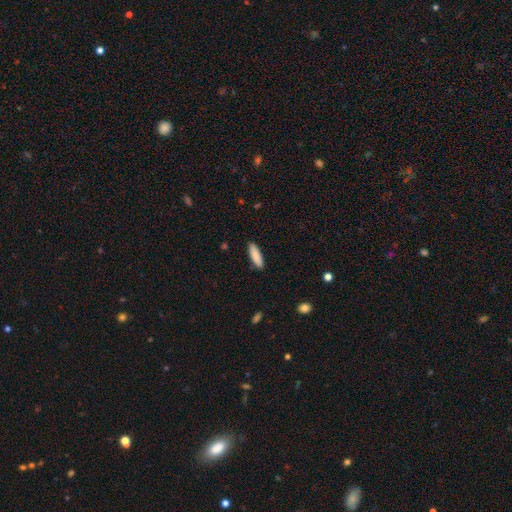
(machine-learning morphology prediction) Smooth or featured?
  - smooth: 88% *
  - featured or disk: 6%
  - star or artifact: 6%
How rounded?
  - cigar-shaped: 60% *
  - in between: 39%
  - round: 1%
Merging?
  - none: 89% *
  - minor disturbance: 8%
  - major disturbance: 2%
  - merger: 1%